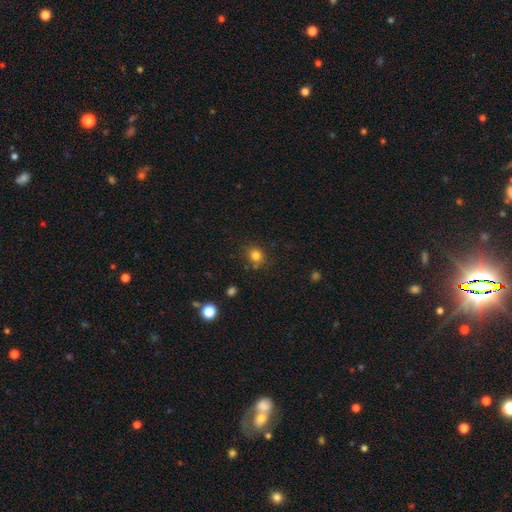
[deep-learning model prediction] A smooth galaxy with no disk features (81%) that is round (78%). Merging: none (79%).